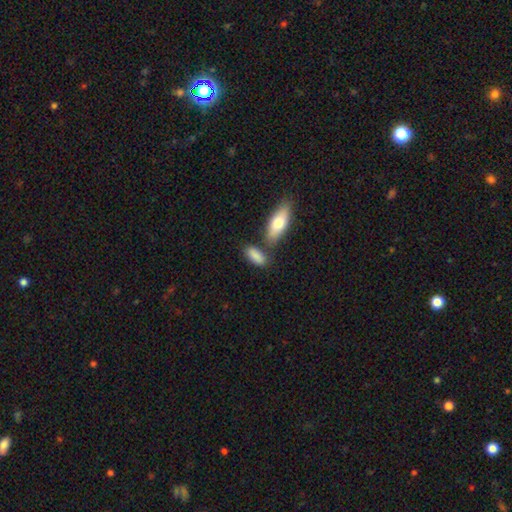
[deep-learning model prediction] smooth_or_featured: smooth (p=0.85) [alt: featured or disk p=0.09]
how_rounded: in between (p=0.80) [alt: cigar-shaped p=0.16]
merging: none (p=0.61) [alt: merger p=0.19]